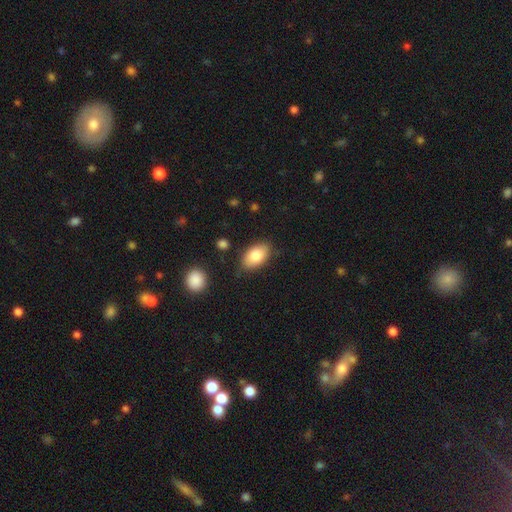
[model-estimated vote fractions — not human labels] Q: Smooth or featured?
A: smooth (82%); runner-up: featured or disk (12%)
Q: How rounded?
A: in between (93%); runner-up: round (6%)
Q: Merging?
A: none (80%); runner-up: minor disturbance (14%)